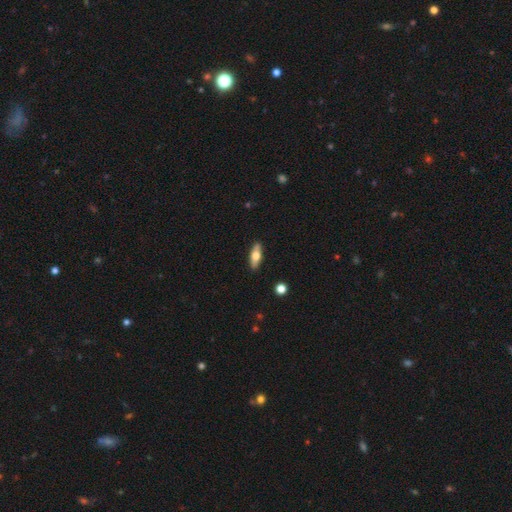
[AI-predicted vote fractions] Smooth or featured? smooth (58%)
How rounded? in between (59%)
Merging? none (89%)